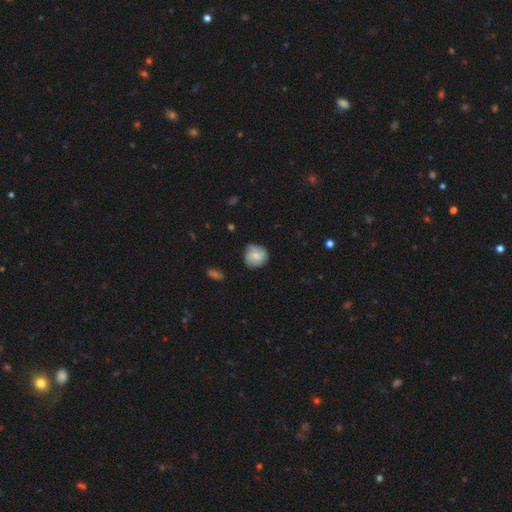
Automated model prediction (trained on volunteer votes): The model was most divided on "merging": none: 67%, minor disturbance: 26%, major disturbance: 5%, merger: 2%. More confident: how rounded — round (84%); smooth or featured — smooth (73%).